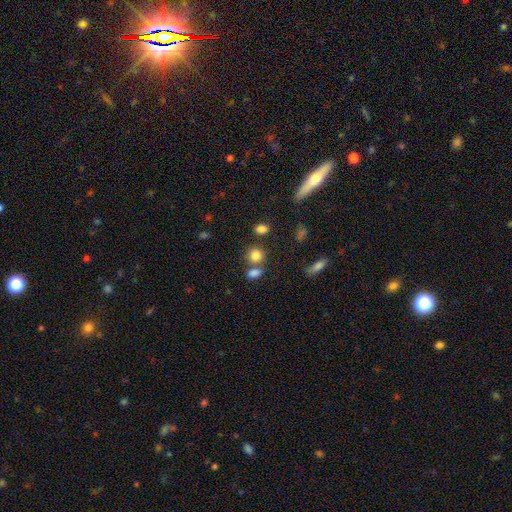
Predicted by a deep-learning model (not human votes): This is clearly a smooth galaxy (82%). How rounded: likely round (74%). Merging: likely none (60%).